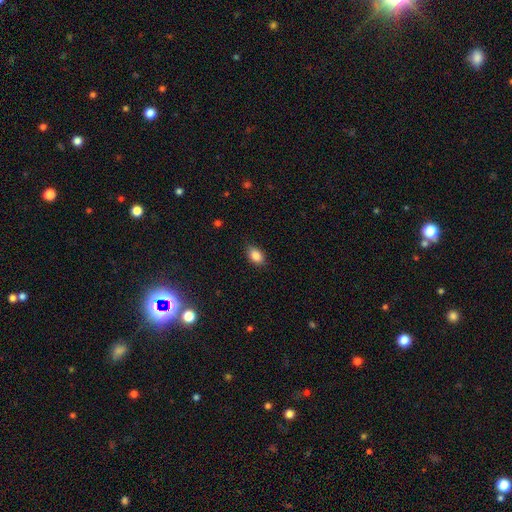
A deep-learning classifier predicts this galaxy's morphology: Smooth or featured? smooth (86%)
How rounded? in between (86%)
Merging? none (83%)